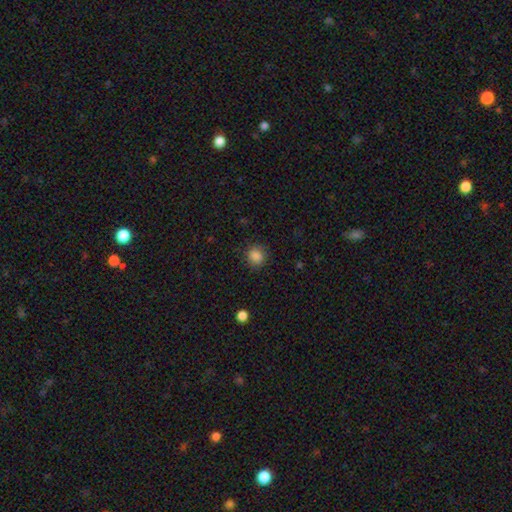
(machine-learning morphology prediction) The model was most divided on "how rounded": round: 84%, in between: 15%, cigar-shaped: 1%. More confident: smooth or featured — smooth (85%); merging — none (83%).